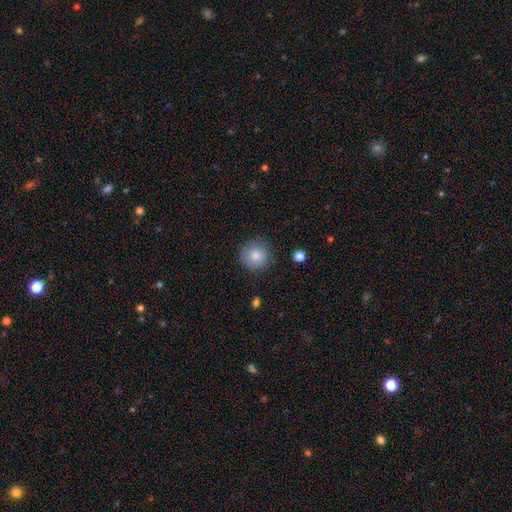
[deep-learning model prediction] This appears to be a smooth galaxy with no disk features (82%) that is round (94%). Merging: none (84%).